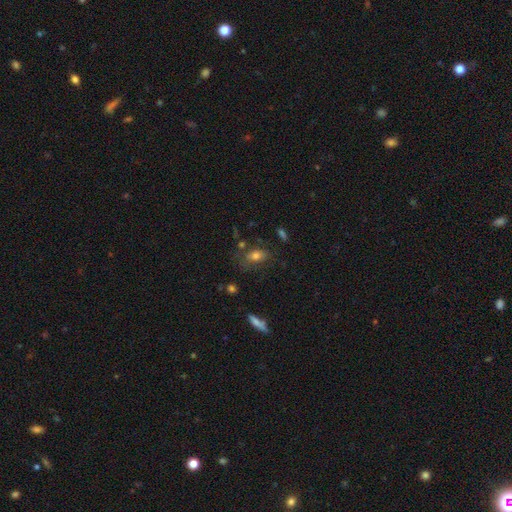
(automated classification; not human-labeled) Smooth or featured?
  - smooth: 69% *
  - featured or disk: 19%
  - star or artifact: 13%
How rounded?
  - in between: 80% *
  - round: 16%
  - cigar-shaped: 4%
Merging?
  - none: 61% *
  - minor disturbance: 22%
  - major disturbance: 11%
  - merger: 6%